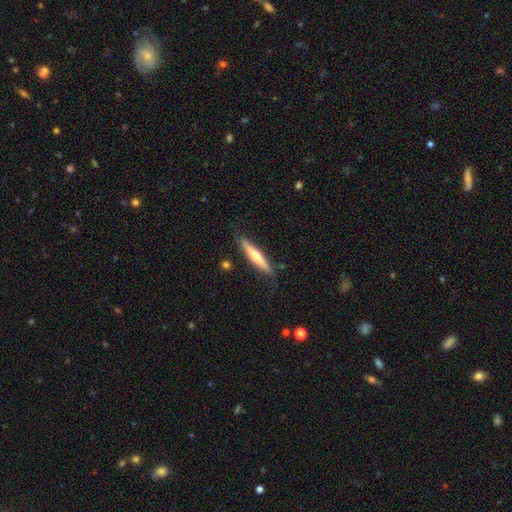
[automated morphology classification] type=featured or disk (52%); edge-on=yes (95%); merging=none (84%).